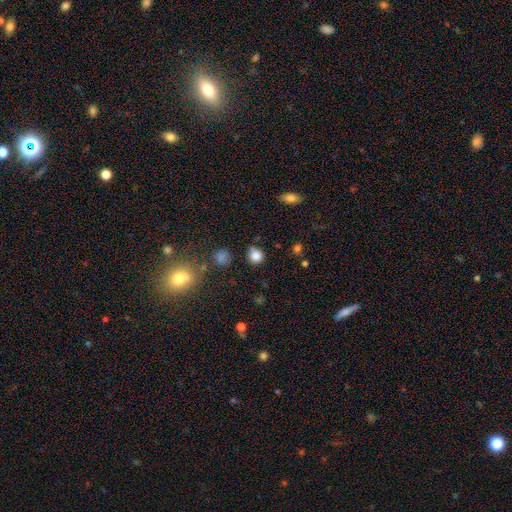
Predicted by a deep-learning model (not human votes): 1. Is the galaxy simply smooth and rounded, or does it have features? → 82% smooth, 13% star or artifact, 5% featured or disk.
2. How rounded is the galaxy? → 88% round, 11% in between, 1% cigar-shaped.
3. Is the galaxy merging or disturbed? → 76% none, 13% minor disturbance, 6% merger, 4% major disturbance.